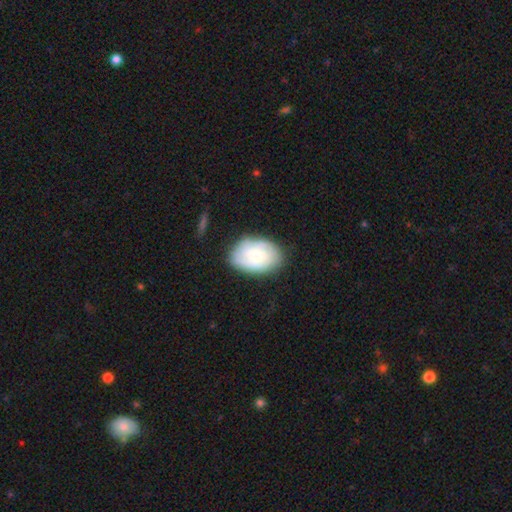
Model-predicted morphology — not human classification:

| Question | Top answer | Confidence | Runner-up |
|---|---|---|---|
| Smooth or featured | smooth | 52% | featured or disk (41%) |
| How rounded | in between | 80% | round (19%) |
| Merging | none | 77% | minor disturbance (17%) |